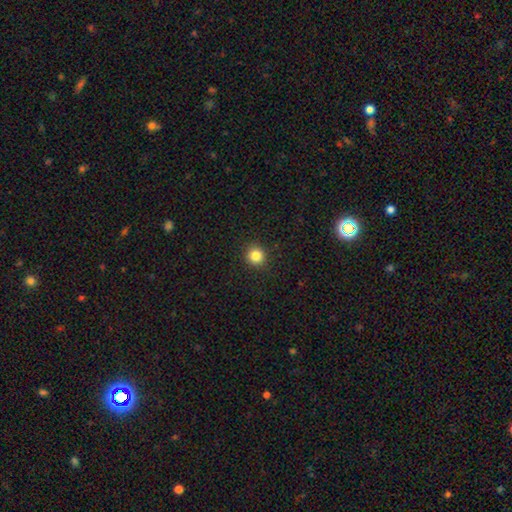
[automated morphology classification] A smooth galaxy with no disk features (83%) that is round (94%). Merging: none (92%).